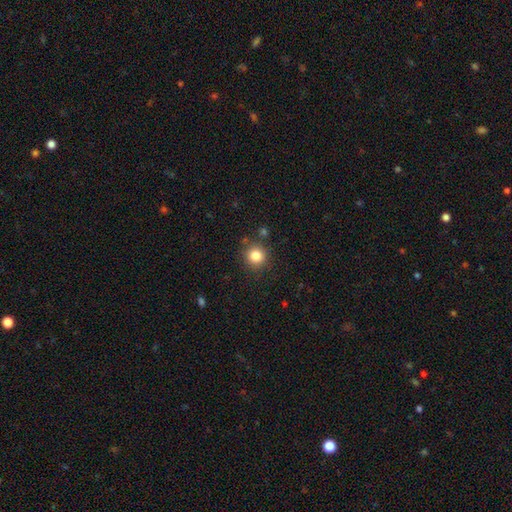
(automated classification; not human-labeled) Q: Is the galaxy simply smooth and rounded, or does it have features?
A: smooth — 83%.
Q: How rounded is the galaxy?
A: round — 93%.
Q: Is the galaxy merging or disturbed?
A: none — 86%.